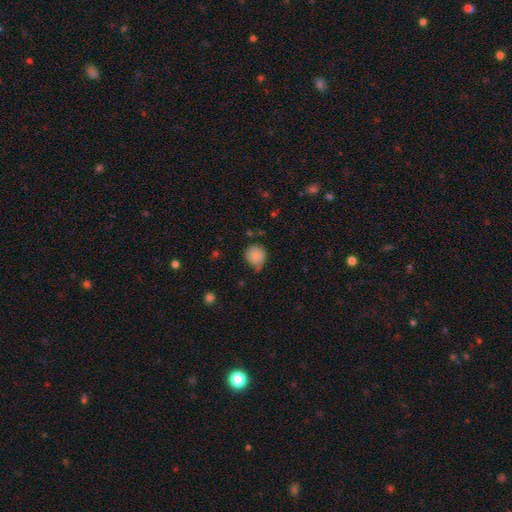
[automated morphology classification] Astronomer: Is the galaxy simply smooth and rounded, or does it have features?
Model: smooth — 84%.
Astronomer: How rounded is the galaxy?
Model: round — 88%.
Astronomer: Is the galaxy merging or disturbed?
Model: none — 59%.